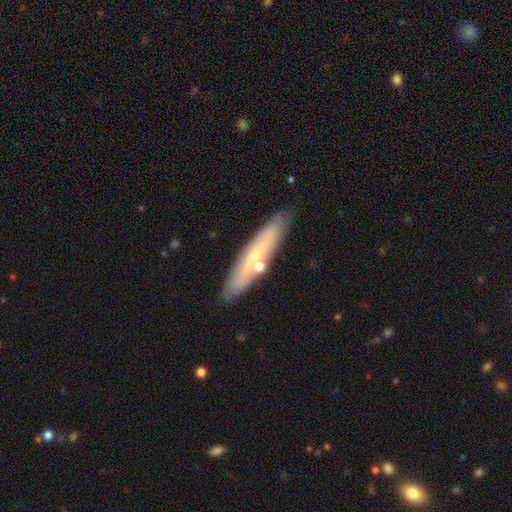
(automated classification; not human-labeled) Smooth or featured?
  - featured or disk: 50% *
  - smooth: 42%
  - star or artifact: 8%
Merging?
  - none: 79% *
  - minor disturbance: 11%
  - merger: 7%
  - major disturbance: 3%